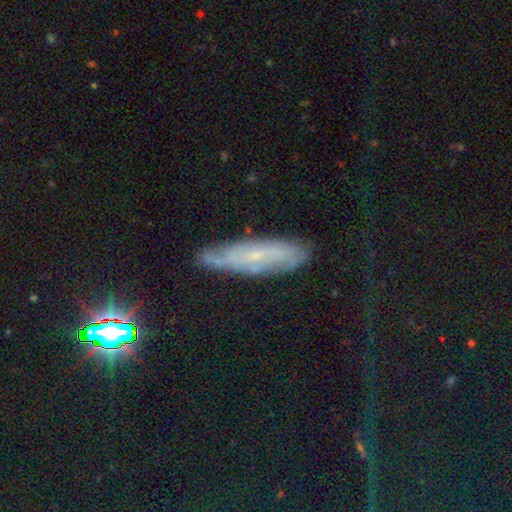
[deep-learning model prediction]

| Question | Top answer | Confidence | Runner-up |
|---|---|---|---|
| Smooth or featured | featured or disk | 56% | smooth (26%) |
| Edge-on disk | no | 65% | yes (35%) |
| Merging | none | 71% | minor disturbance (21%) |